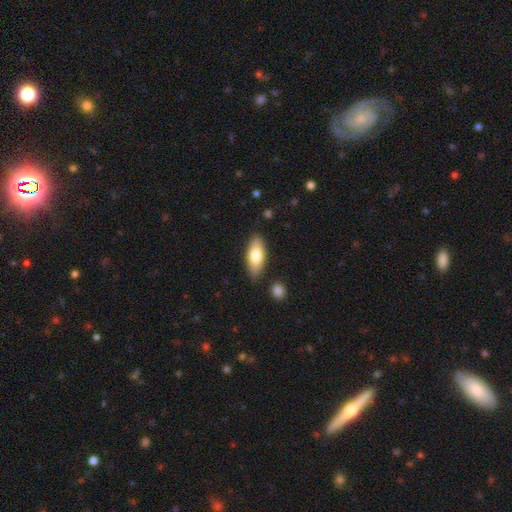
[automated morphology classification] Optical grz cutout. It shows a smooth galaxy with no disk features (74%) that is in between round and cigar-shaped (75%). Merging: none (84%).